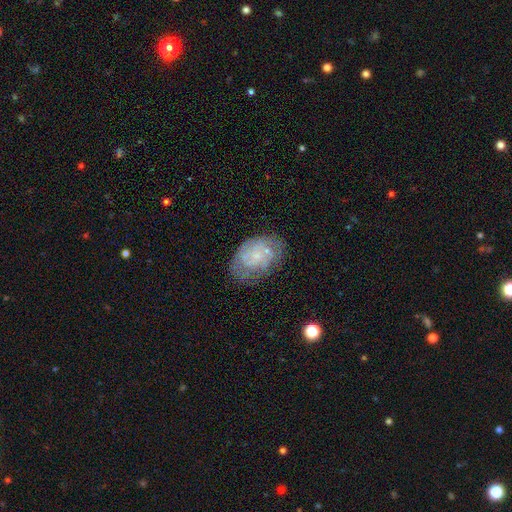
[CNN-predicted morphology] smooth_or_featured: featured or disk (p=0.62) [alt: smooth p=0.29]
disk_edge_on: no (p=0.97) [alt: yes p=0.03]
bar: no (p=0.80) [alt: weak p=0.17]
has_spiral_arms: yes (p=0.67) [alt: no p=0.33]
bulge_size: small (p=0.68) [alt: none p=0.18]
merging: none (p=0.58) [alt: minor disturbance p=0.25]